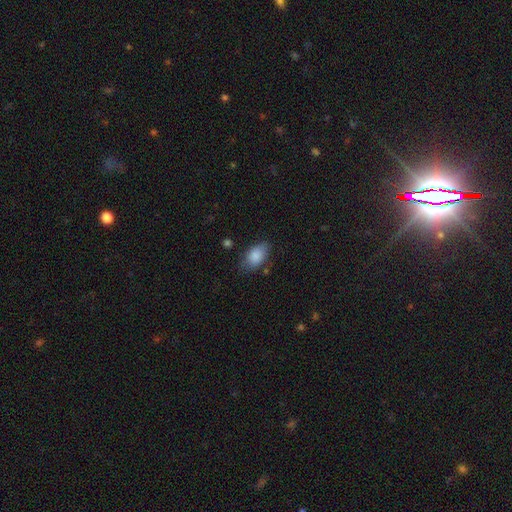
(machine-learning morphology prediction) type=smooth (87%); roundness=in between (90%); merging=none (72%).